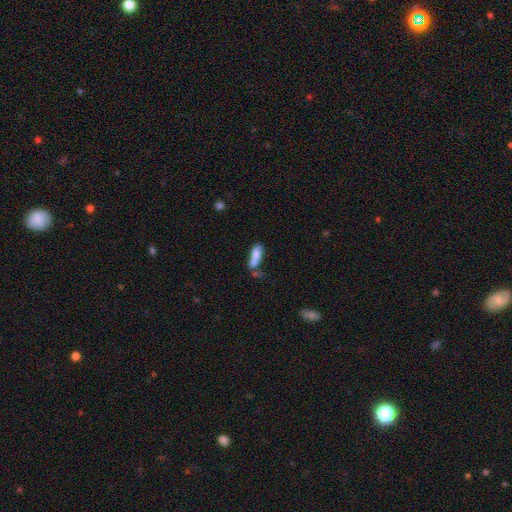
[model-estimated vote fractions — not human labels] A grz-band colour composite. It shows a smooth galaxy with no disk features (68%) that is in between round and cigar-shaped (70%). Merging: merger (40%).